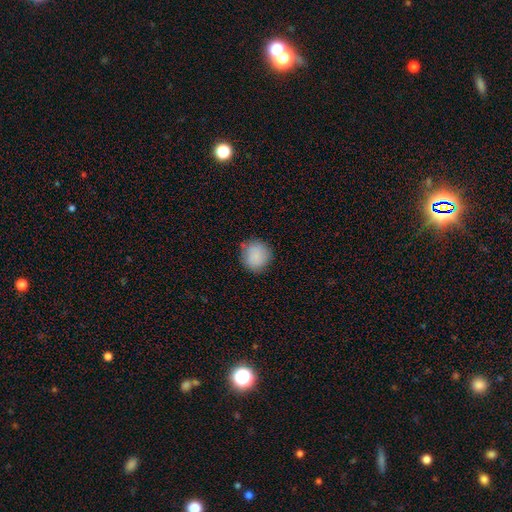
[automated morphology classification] smooth-or-featured: smooth: 86% | star or artifact: 8% | featured or disk: 6%
  how-rounded: round: 89% | in between: 11% | cigar-shaped: 1%
  merging: none: 80% | minor disturbance: 15% | major disturbance: 3% | merger: 1%